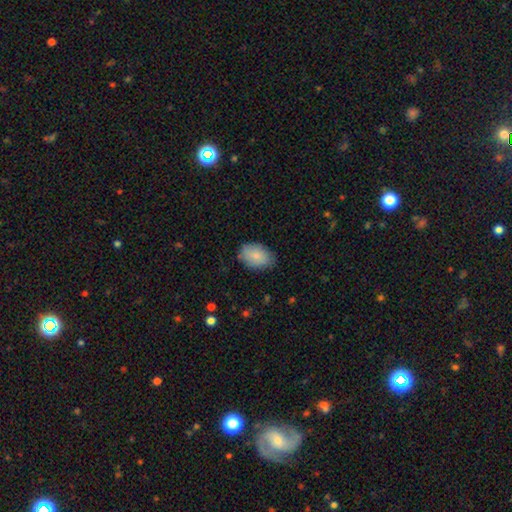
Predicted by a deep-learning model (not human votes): This is clearly a smooth galaxy (84%). How rounded: clearly in between (87%). Merging: likely none (78%).